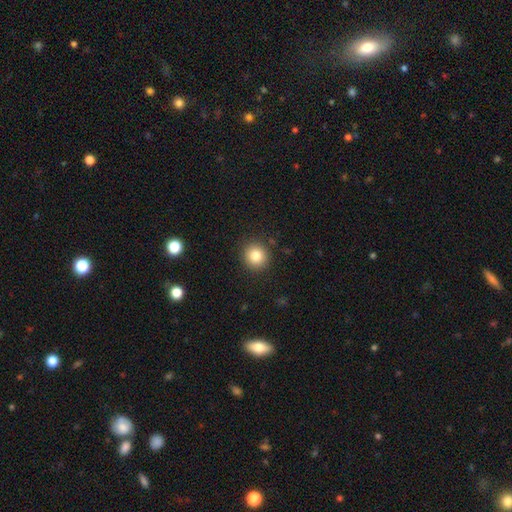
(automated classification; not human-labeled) Smooth or featured? Predicted: smooth (p=0.82). How rounded? Predicted: round (p=0.92). Merging? Predicted: none (p=0.90).